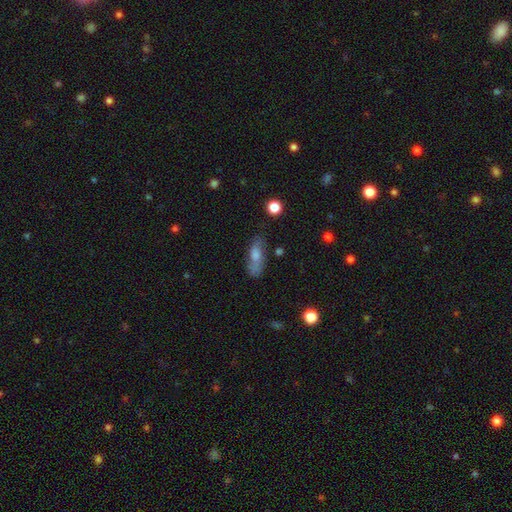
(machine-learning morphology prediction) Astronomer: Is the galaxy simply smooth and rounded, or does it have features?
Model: smooth — 66%.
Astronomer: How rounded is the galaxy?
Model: in between — 67%.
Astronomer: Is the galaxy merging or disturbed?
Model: none — 63%.